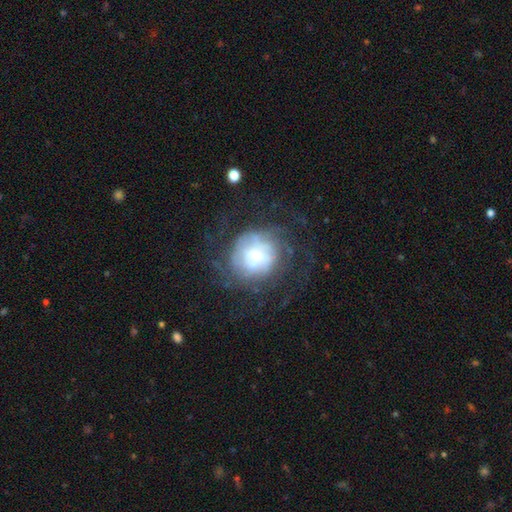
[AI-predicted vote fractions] smooth_or_featured: featured or disk (p=0.64) [alt: smooth p=0.26]
disk_edge_on: no (p=0.97) [alt: yes p=0.03]
bar: no (p=0.63) [alt: weak p=0.30]
has_spiral_arms: yes (p=0.70) [alt: no p=0.30]
bulge_size: small (p=0.39) [alt: moderate p=0.33]
merging: none (p=0.58) [alt: major disturbance p=0.23]